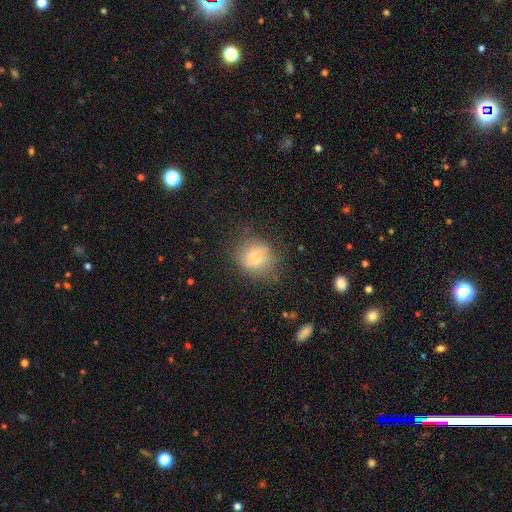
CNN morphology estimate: smooth-or-featured: smooth: 75% | featured or disk: 15% | star or artifact: 9%
  how-rounded: round: 80% | in between: 19% | cigar-shaped: 1%
  merging: none: 69% | minor disturbance: 21% | major disturbance: 8% | merger: 2%